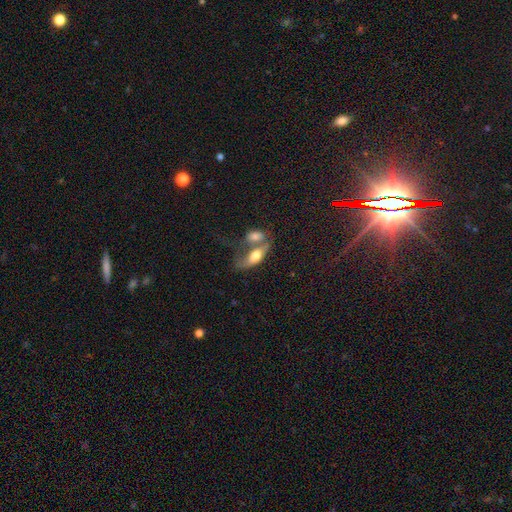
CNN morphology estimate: smooth_or_featured: smooth (p=0.58) [alt: featured or disk p=0.34]
how_rounded: in between (p=0.74) [alt: cigar-shaped p=0.22]
merging: merger (p=0.62) [alt: none p=0.18]